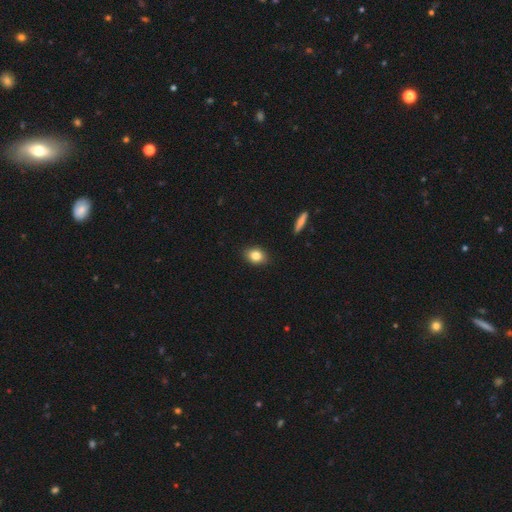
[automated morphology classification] Smooth or featured: smooth — 82% (star or artifact — 9%)
How rounded: in between — 62% (round — 36%)
Merging: none — 88% (minor disturbance — 9%)